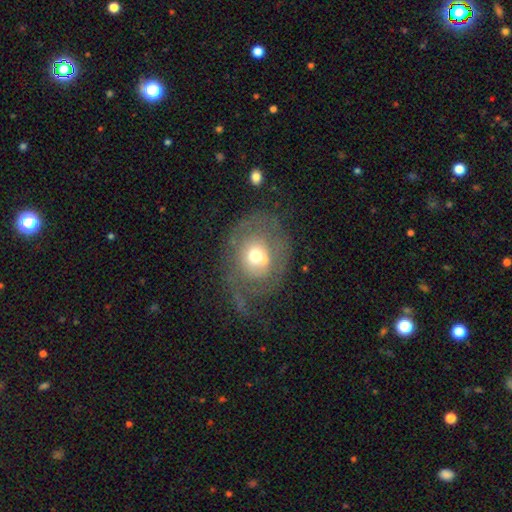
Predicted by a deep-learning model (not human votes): Smooth or featured? featured or disk (65%)
Edge-on disk? no (96%)
Bar? no (78%)
Spiral arms? yes (64%)
Bulge size? moderate (68%)
Merging? none (52%)